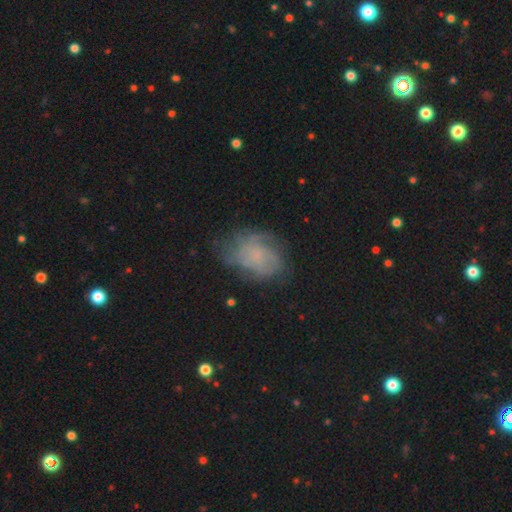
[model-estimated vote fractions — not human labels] Overall: featured or disk (48%; smooth 40%). Merging: none (58%; minor disturbance 25%).